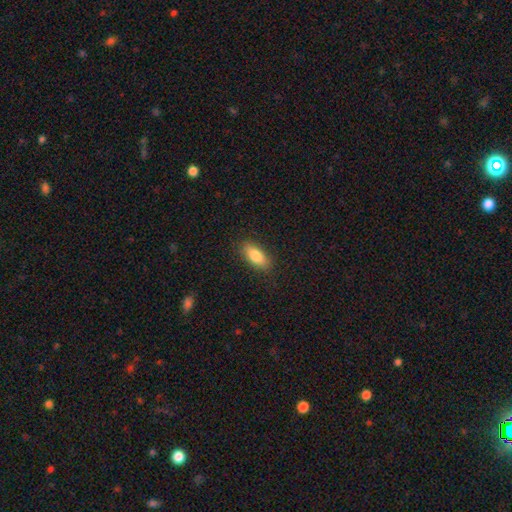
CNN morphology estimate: This appears to be a smooth galaxy with no disk features (83%) that is in between round and cigar-shaped (82%). Merging: none (86%).